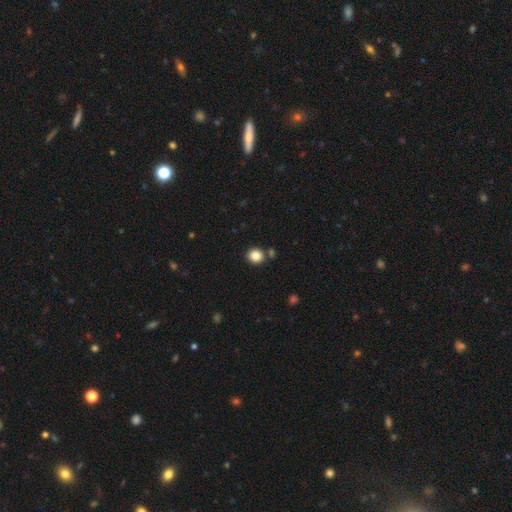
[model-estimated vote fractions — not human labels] Q: Smooth or featured?
A: smooth (85%); runner-up: star or artifact (10%)
Q: How rounded?
A: round (86%); runner-up: in between (13%)
Q: Merging?
A: none (83%); runner-up: minor disturbance (8%)